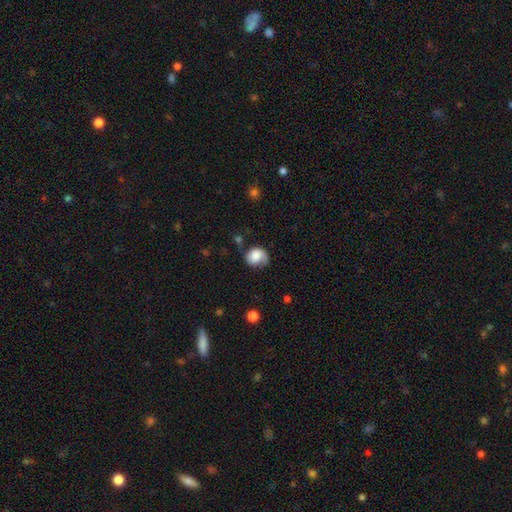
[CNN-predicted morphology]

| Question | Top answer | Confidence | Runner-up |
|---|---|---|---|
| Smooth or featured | smooth | 69% | featured or disk (23%) |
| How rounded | round | 67% | in between (32%) |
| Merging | none | 49% | minor disturbance (32%) |